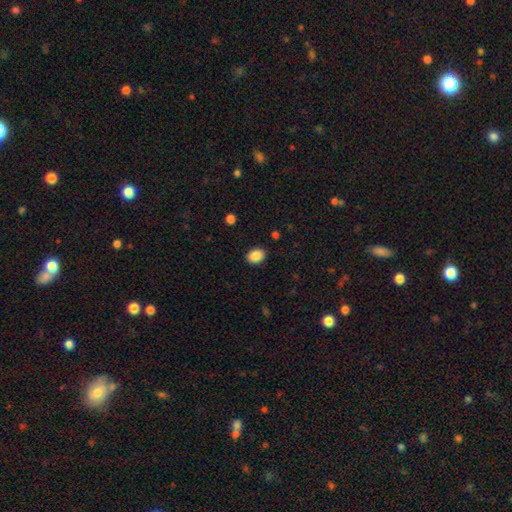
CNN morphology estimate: smooth 88%, star or artifact 8%, featured or disk 4%. Down the decision tree: how rounded — in between (66%); merging — none (89%).